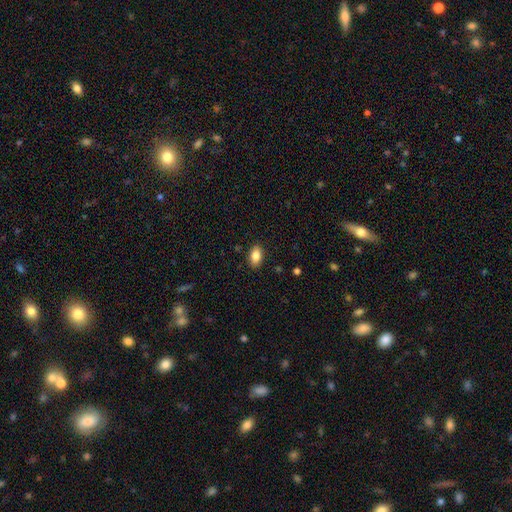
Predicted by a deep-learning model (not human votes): smooth 85%, star or artifact 8%, featured or disk 7%. Down the decision tree: how rounded — in between (91%); merging — none (88%).